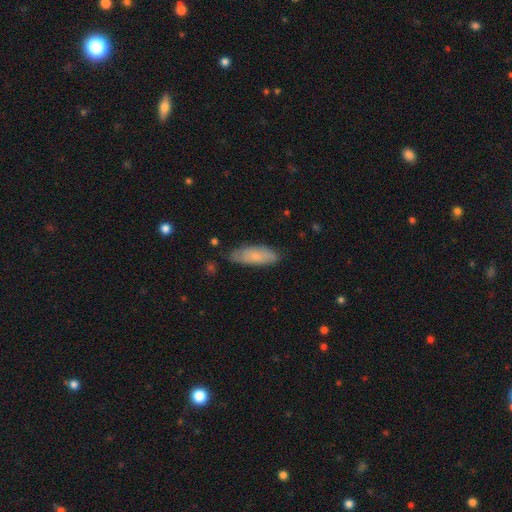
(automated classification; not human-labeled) The model was most divided on "how rounded": in between: 62%, cigar-shaped: 36%, round: 2%. More confident: merging — none (75%); smooth or featured — smooth (71%).